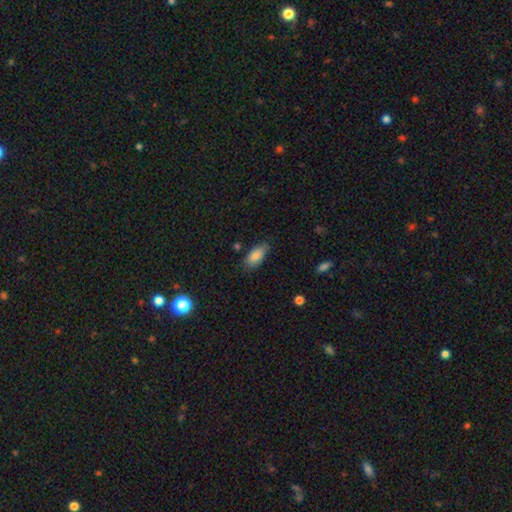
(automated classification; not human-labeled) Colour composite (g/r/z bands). It shows a smooth galaxy with no disk features (86%) that is in between round and cigar-shaped (87%). Merging: none (74%).